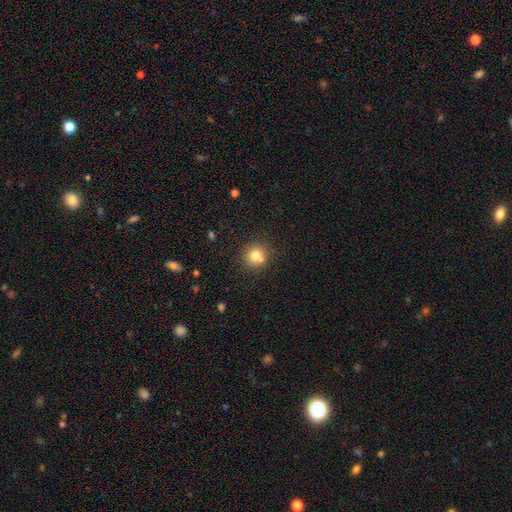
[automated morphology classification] type=smooth (76%); roundness=round (89%); merging=none (67%).